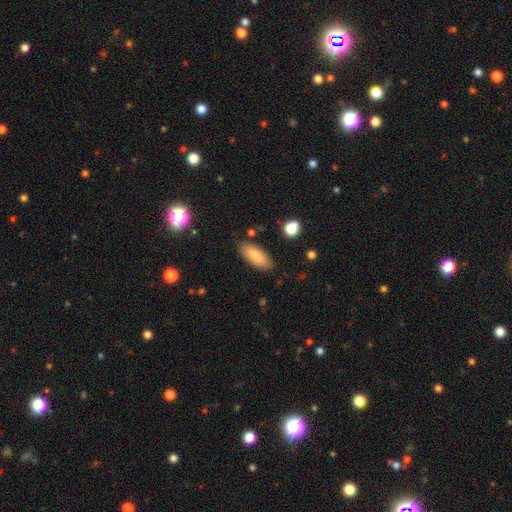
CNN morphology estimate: smooth-or-featured: smooth: 80% | featured or disk: 13% | star or artifact: 7%
  how-rounded: in between: 81% | cigar-shaped: 17% | round: 2%
  merging: none: 82% | minor disturbance: 13% | major disturbance: 3% | merger: 2%